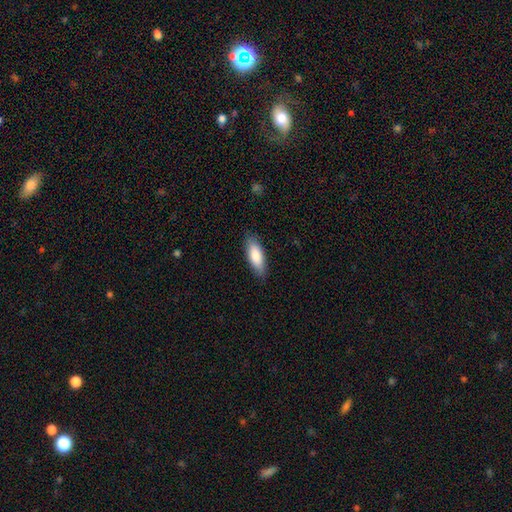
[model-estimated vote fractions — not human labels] Smooth or featured? smooth (85%)
How rounded? in between (68%)
Merging? none (86%)